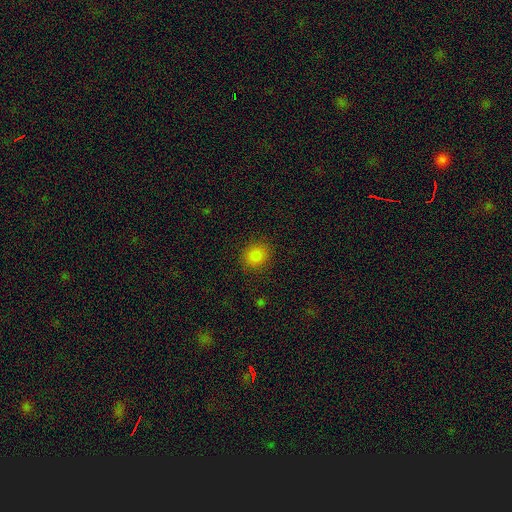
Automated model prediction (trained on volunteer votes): Smooth or featured: smooth — 84% (star or artifact — 12%)
How rounded: round — 73% (in between — 26%)
Merging: none — 88% (minor disturbance — 8%)